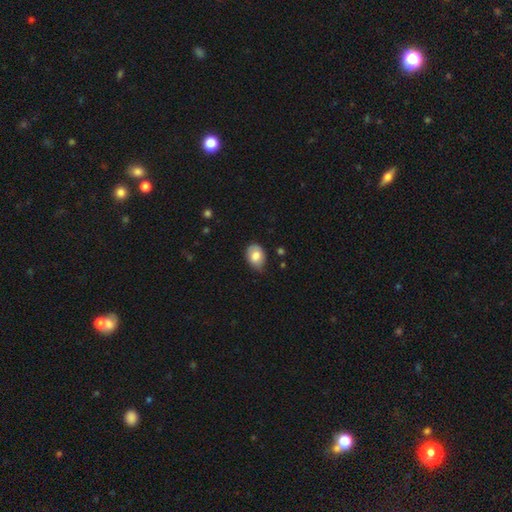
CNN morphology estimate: This is likely a smooth galaxy (79%). How rounded: likely in between (79%). Merging: likely none (62%).